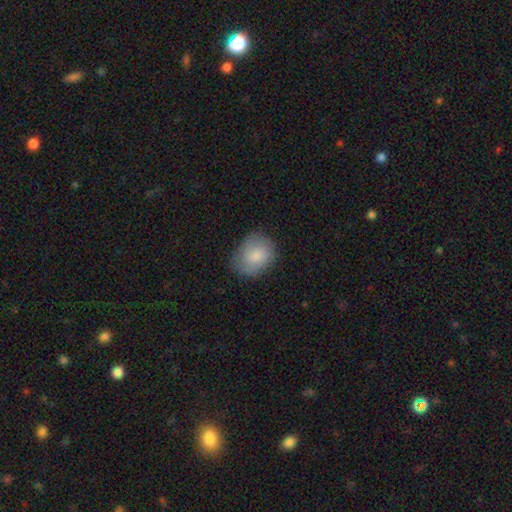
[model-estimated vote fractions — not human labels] smooth 79%, featured or disk 14%, star or artifact 7%. Down the decision tree: how rounded — in between (57%); merging — none (71%).